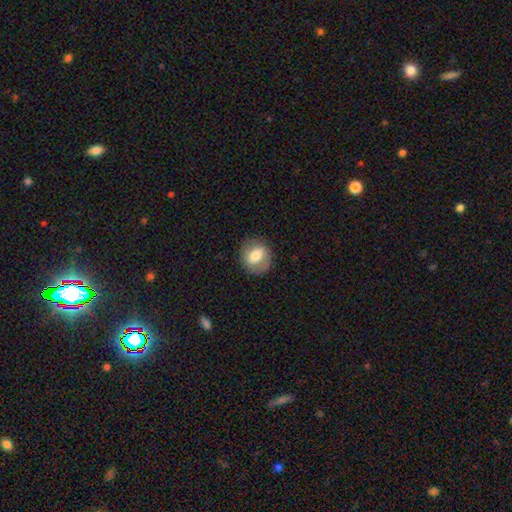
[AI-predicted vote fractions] Smooth or featured?
  - smooth: 66% *
  - featured or disk: 26%
  - star or artifact: 8%
How rounded?
  - round: 64% *
  - in between: 35%
  - cigar-shaped: 1%
Merging?
  - none: 82% *
  - minor disturbance: 12%
  - major disturbance: 5%
  - merger: 1%